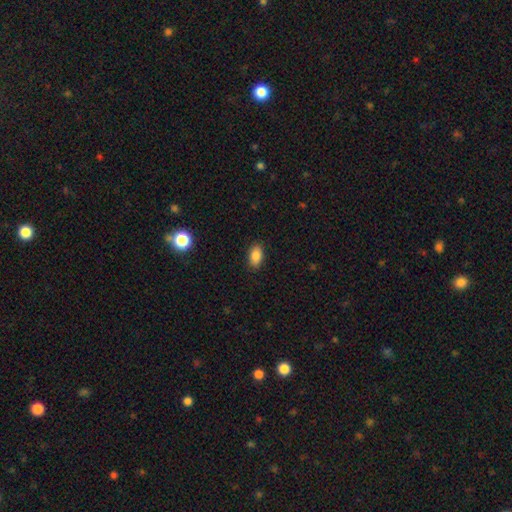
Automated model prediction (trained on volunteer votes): The model was most divided on "smooth or featured": smooth: 86%, star or artifact: 8%, featured or disk: 5%. More confident: how rounded — in between (90%); merging — none (88%).